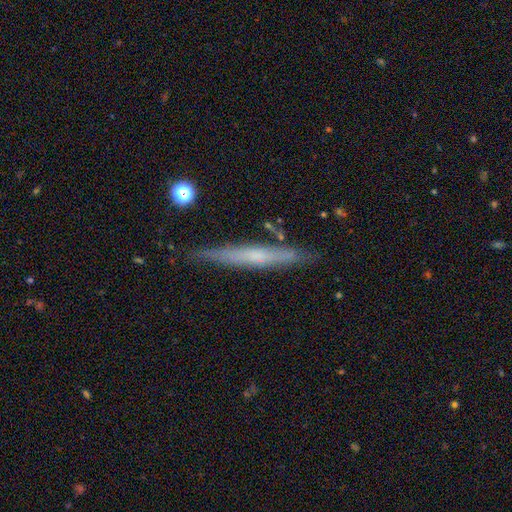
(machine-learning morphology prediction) smooth_or_featured: featured or disk (p=0.56) [alt: smooth p=0.38]
disk_edge_on: yes (p=0.95) [alt: no p=0.05]
edge_on_bulge: none (p=0.57) [alt: rounded p=0.35]
merging: none (p=0.84) [alt: minor disturbance p=0.11]